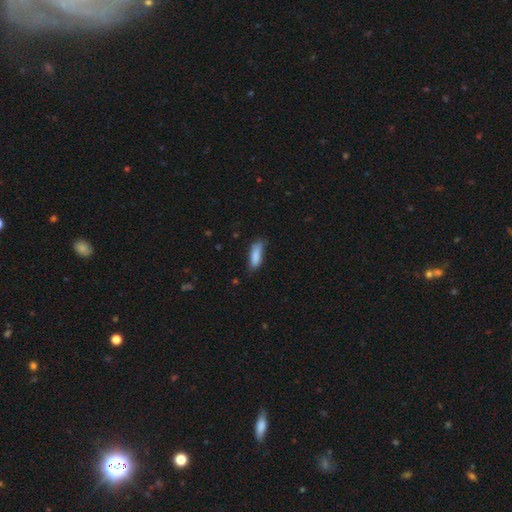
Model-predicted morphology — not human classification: type=smooth (85%); roundness=in between (55%); merging=none (65%).